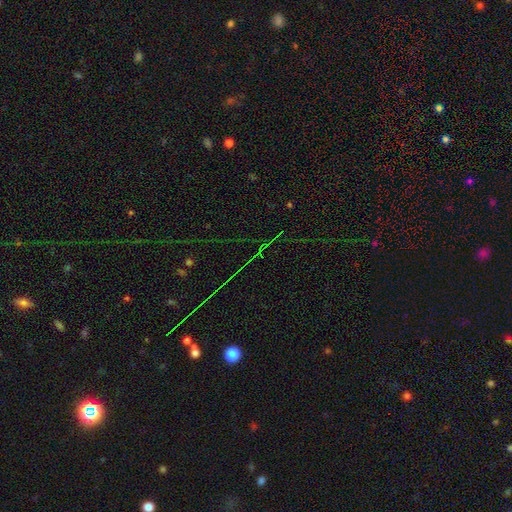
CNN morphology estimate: Q: Smooth or featured?
A: star or artifact (77%); runner-up: smooth (12%)